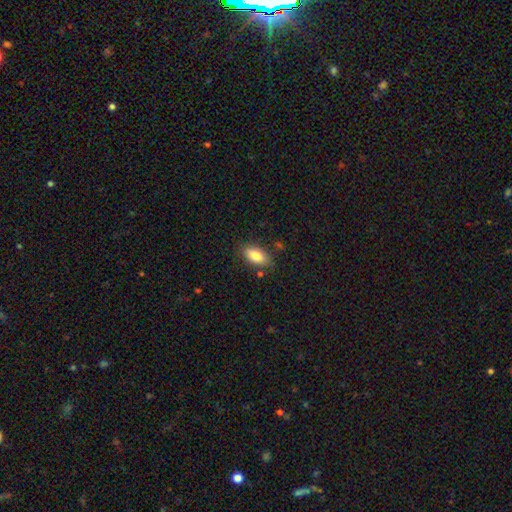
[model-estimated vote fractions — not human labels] Morphology: type=smooth (83%); roundness=in between (89%); merging=none (80%).